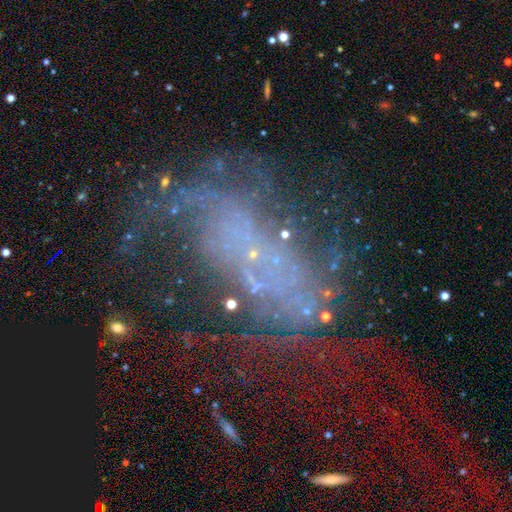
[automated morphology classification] This appears to be a featured or disk galaxy (61%) with no bar (76%), spiral arms (53%) and no central bulge (67%). Merging: major disturbance (50%).